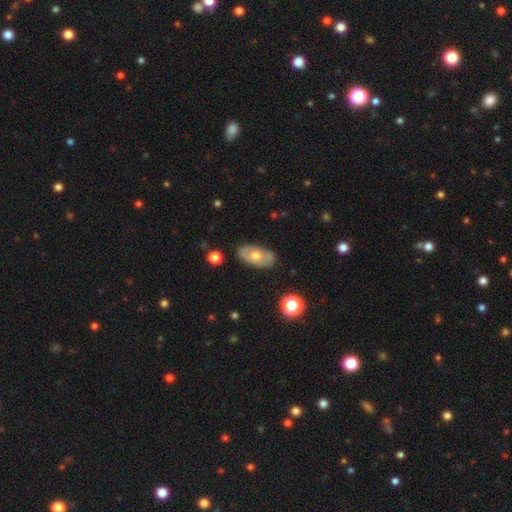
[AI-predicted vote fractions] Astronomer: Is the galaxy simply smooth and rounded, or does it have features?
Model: smooth — 52% (runner-up: featured or disk, 41%).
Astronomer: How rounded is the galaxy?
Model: in between — 91%.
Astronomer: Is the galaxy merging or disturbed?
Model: none — 79%.